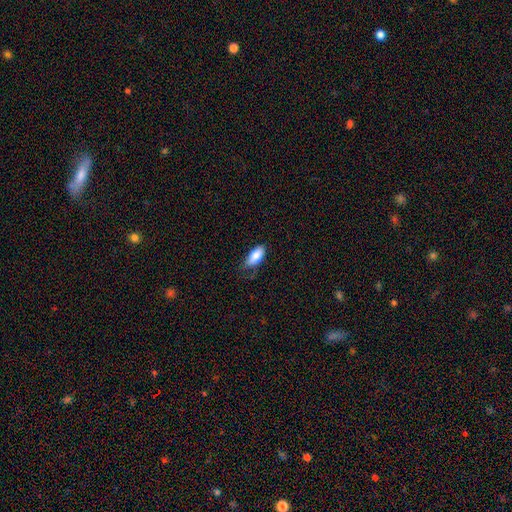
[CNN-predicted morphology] smooth-or-featured: smooth: 84% | featured or disk: 9% | star or artifact: 7%
  how-rounded: in between: 89% | cigar-shaped: 9% | round: 2%
  merging: none: 56% | minor disturbance: 33% | major disturbance: 9% | merger: 2%